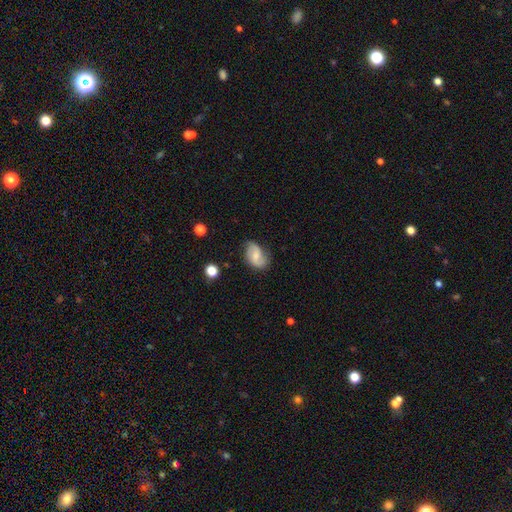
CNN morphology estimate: Smooth or featured?
  - featured or disk: 51% *
  - smooth: 42%
  - star or artifact: 8%
Edge-on disk?
  - no: 97% *
  - yes: 3%
Merging?
  - none: 67% *
  - minor disturbance: 25%
  - major disturbance: 6%
  - merger: 2%